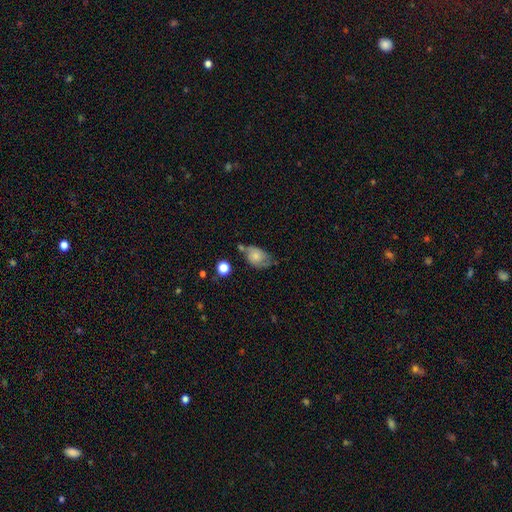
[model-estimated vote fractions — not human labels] This is possibly a smooth galaxy (59%). How rounded: likely in between (75%). Merging: marginally none (38%).